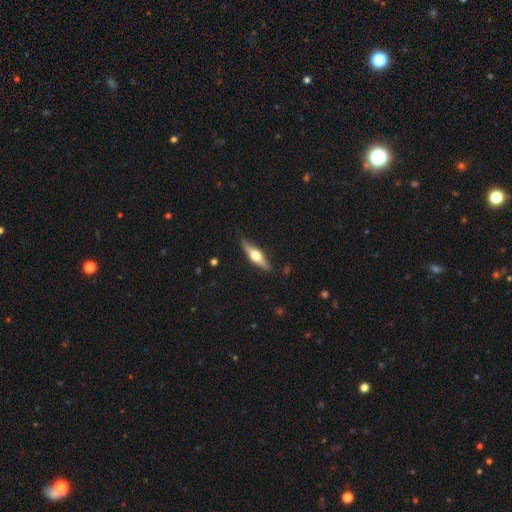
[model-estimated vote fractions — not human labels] This is likely a featured or disk galaxy (66%). It is clearly viewed edge-on (96%). Edge-on bulge: clearly rounded (95%). Merging: clearly none (87%).